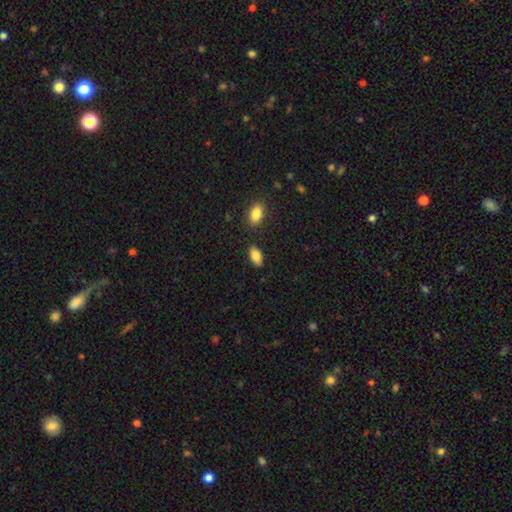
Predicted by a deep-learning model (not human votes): Morphology: type=smooth (86%); roundness=in between (93%); merging=none (84%).